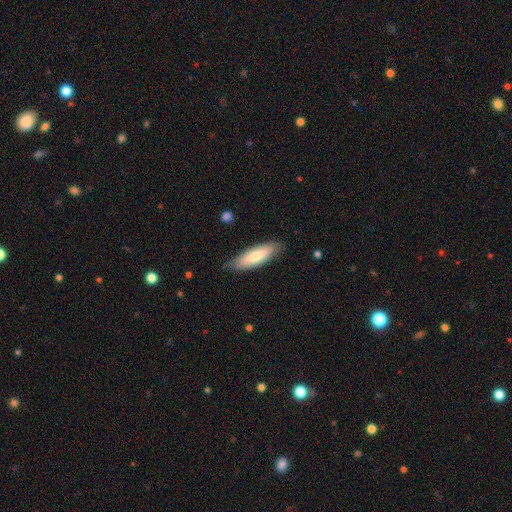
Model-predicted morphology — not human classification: Overall: smooth (69%). How rounded: in between (50%; cigar-shaped 49%). Merging: none (78%).